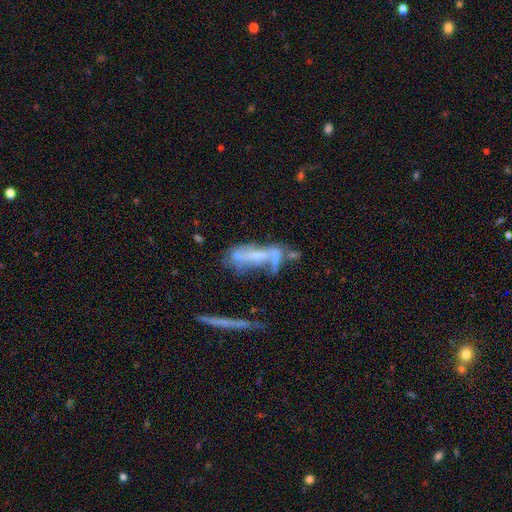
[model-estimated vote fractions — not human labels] Q: Smooth or featured?
A: featured or disk (56%); runner-up: smooth (30%)
Q: Edge-on disk?
A: no (75%); runner-up: yes (25%)
Q: Merging?
A: major disturbance (29%); runner-up: merger (28%)